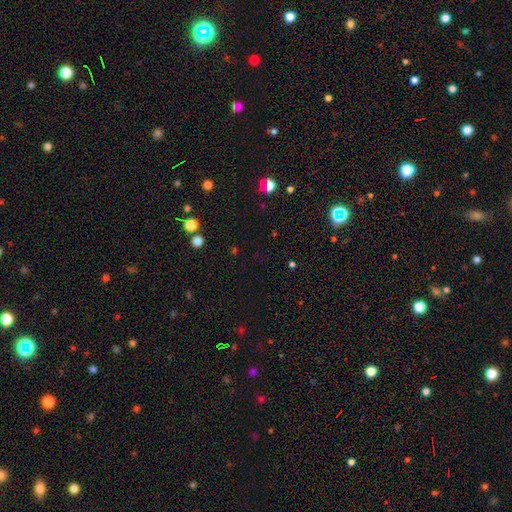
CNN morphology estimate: Overall: star or artifact (58%; smooth 35%).